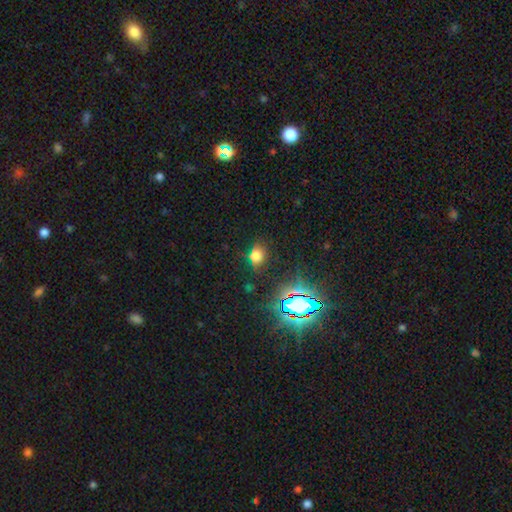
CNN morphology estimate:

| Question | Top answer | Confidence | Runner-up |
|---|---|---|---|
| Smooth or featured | smooth | 64% | star or artifact (27%) |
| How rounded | in between | 52% | round (46%) |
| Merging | none | 70% | minor disturbance (20%) |